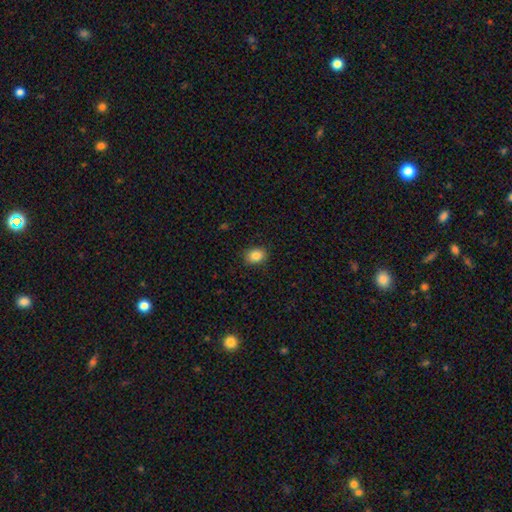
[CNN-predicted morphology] A smooth galaxy with no disk features (86%) that is in between round and cigar-shaped (59%).

Vote fractions:
- Smooth or featured? smooth: 86% / star or artifact: 9% / featured or disk: 5%
- How rounded? in between: 59% / round: 40% / cigar-shaped: 1%
- Merging? none: 87% / minor disturbance: 9% / major disturbance: 2% / merger: 1%